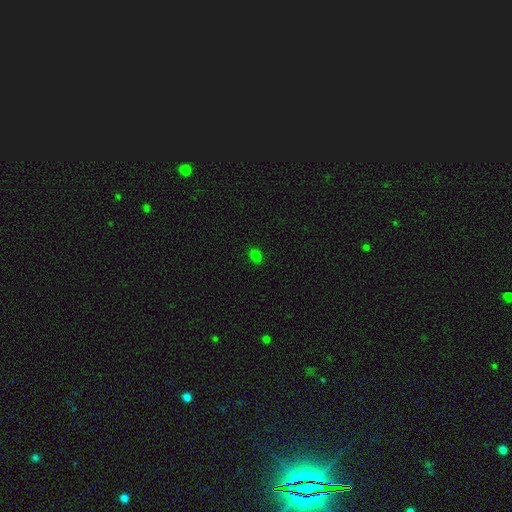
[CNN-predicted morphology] The model was most divided on "how rounded": in between: 65%, round: 34%, cigar-shaped: 1%. More confident: merging — none (88%); smooth or featured — smooth (78%).